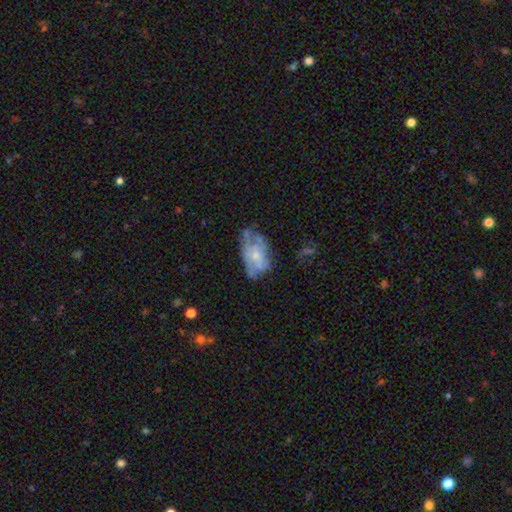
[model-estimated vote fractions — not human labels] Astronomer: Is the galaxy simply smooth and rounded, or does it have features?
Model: featured or disk — 56% (runner-up: smooth, 36%).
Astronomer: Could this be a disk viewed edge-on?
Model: no — 96%.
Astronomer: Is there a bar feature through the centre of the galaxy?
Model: no — 84%.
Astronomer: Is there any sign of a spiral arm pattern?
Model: no — 65%.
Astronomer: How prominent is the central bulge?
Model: small — 55%.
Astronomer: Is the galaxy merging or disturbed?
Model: none — 43% (runner-up: minor disturbance, 31%).